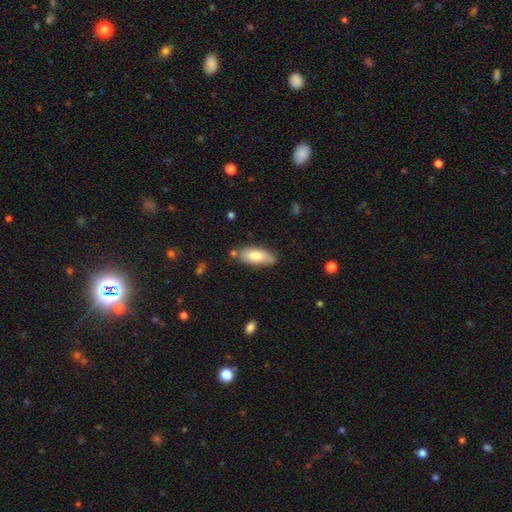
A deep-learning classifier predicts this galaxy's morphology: Smooth or featured: smooth — 75% (featured or disk — 19%)
How rounded: in between — 83% (cigar-shaped — 15%)
Merging: none — 73% (minor disturbance — 18%)